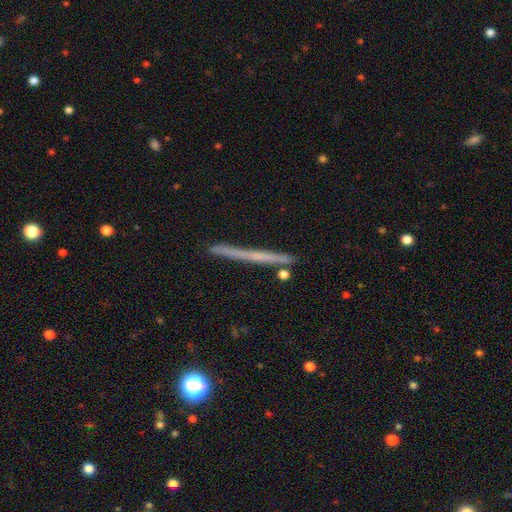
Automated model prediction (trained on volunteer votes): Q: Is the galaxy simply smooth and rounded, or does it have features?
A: featured or disk — 56%.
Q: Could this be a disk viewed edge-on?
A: yes — 97%.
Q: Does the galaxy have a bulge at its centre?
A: none — 86%.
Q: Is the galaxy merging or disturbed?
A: none — 87%.